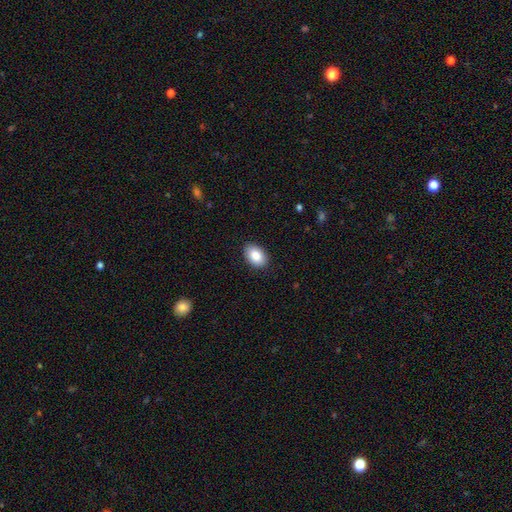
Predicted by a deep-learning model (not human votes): Overall: smooth (88%). How rounded: in between (88%). Merging: none (88%).